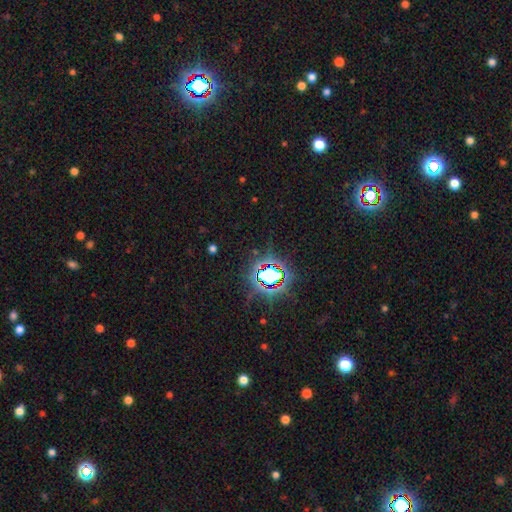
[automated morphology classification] type=star or artifact (84%).